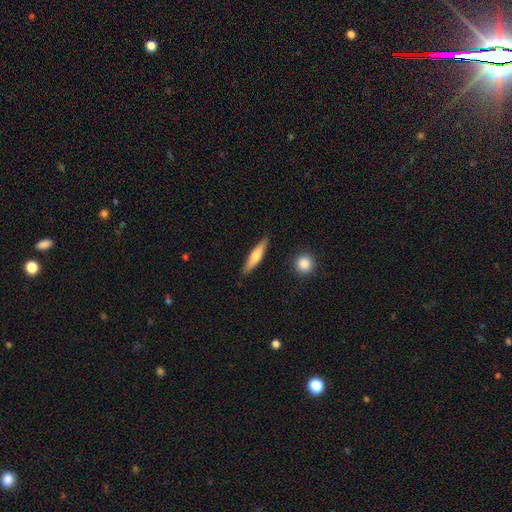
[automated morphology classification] smooth 59%, featured or disk 35%, star or artifact 6%. Down the decision tree: how rounded — cigar-shaped (84%); merging — none (87%).